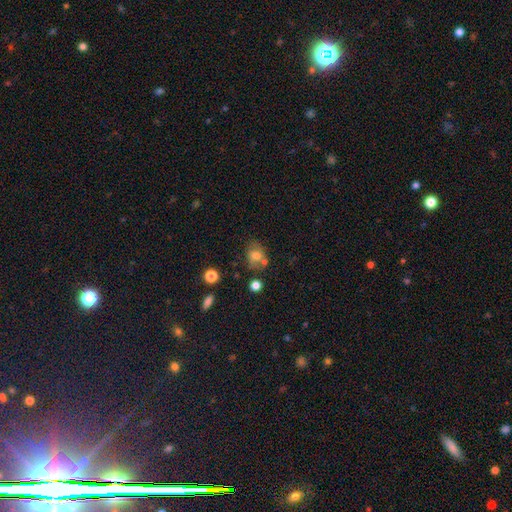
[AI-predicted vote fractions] The model was most divided on "how rounded": in between: 52%, round: 46%, cigar-shaped: 1%. More confident: smooth or featured — smooth (68%); merging — none (51%).